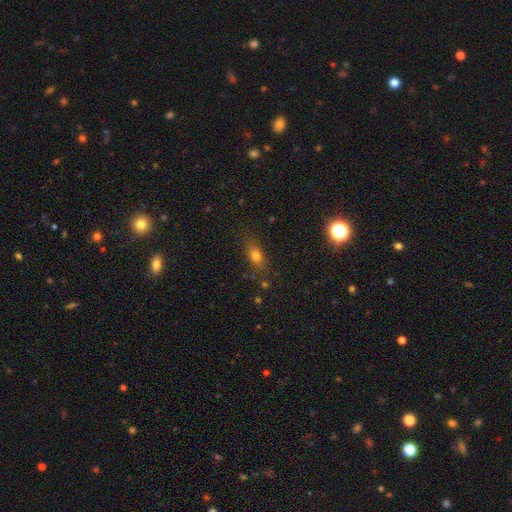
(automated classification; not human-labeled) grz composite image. It shows a smooth galaxy with no disk features (72%) that is in between round and cigar-shaped (66%). Merging: none (76%).